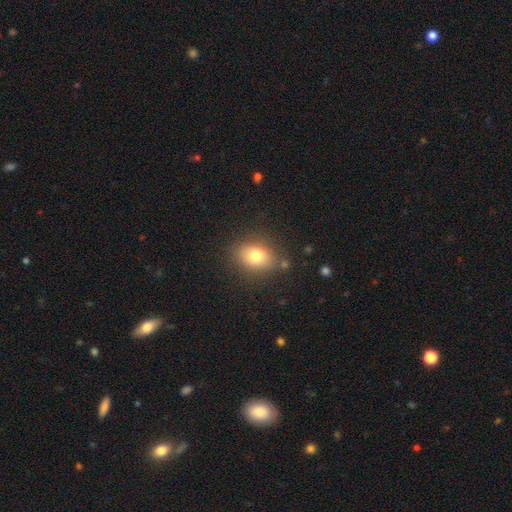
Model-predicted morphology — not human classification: Overall: smooth (76%). How rounded: in between (60%; round 39%). Merging: none (80%).